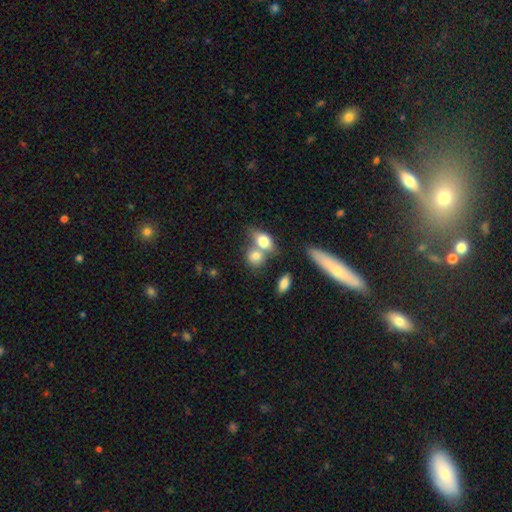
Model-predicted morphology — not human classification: Q: Smooth or featured?
A: smooth (77%); runner-up: featured or disk (14%)
Q: How rounded?
A: in between (51%); runner-up: round (45%)
Q: Merging?
A: merger (53%); runner-up: none (33%)